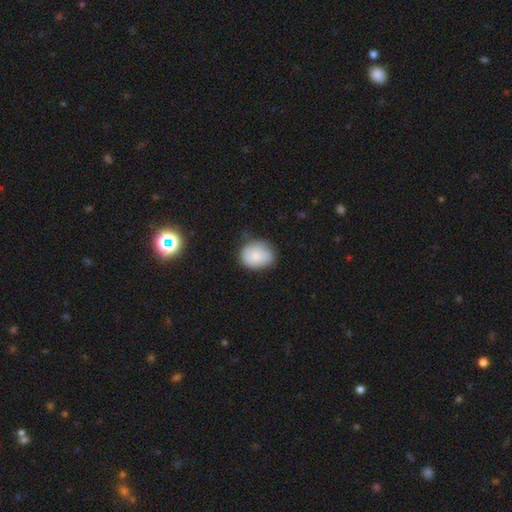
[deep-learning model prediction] smooth-or-featured: smooth: 83% | featured or disk: 10% | star or artifact: 7%
  how-rounded: round: 50% | in between: 49% | cigar-shaped: 1%
  merging: none: 64% | minor disturbance: 28% | major disturbance: 6% | merger: 2%